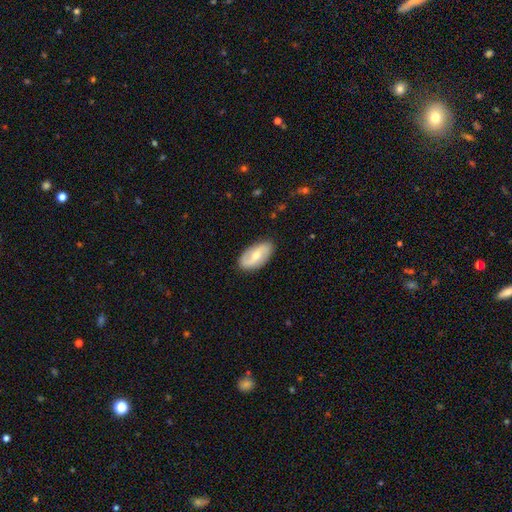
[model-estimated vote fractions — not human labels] A featured or disk galaxy (66%) with a weak bar (44%), 2 (90%) loose (55%) spiral arms (87%) and a moderate central bulge (58%).

Vote fractions:
- Smooth or featured? featured or disk: 66% / smooth: 29% / star or artifact: 5%
- Edge-on disk? no: 95% / yes: 5%
- Bar? weak: 44% / no: 38% / strong: 18%
- Spiral arms? yes: 87% / no: 13%
- Spiral winding? loose: 55% / medium: 31% / tight: 14%
- Spiral arm count? 2: 90% / can't tell: 5% / 1: 2% / 3: 1% / 4: 1% / more than 4: 1%
- Bulge size? moderate: 58% / small: 36% / large: 3% / none: 2% / dominant: 1%
- Merging? none: 86% / minor disturbance: 10% / major disturbance: 2% / merger: 1%